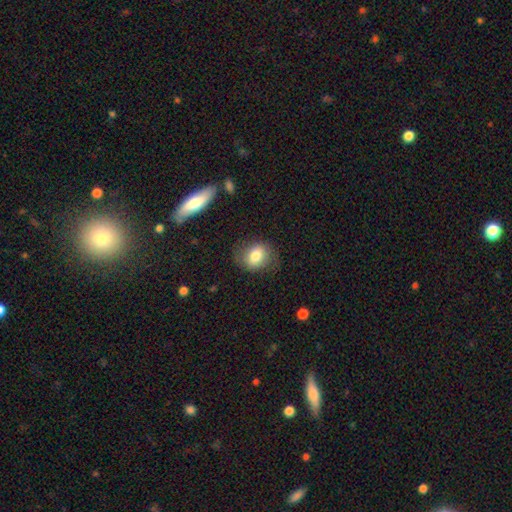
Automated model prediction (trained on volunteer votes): Smooth or featured?
  - smooth: 77% *
  - featured or disk: 14%
  - star or artifact: 8%
How rounded?
  - round: 50% *
  - in between: 49%
  - cigar-shaped: 1%
Merging?
  - none: 74% *
  - minor disturbance: 18%
  - major disturbance: 7%
  - merger: 2%